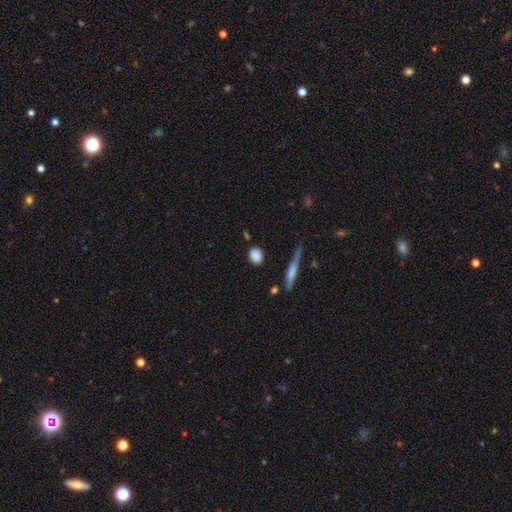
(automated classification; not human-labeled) The model was most divided on "how rounded": round: 53%, in between: 42%, cigar-shaped: 5%. More confident: smooth or featured — smooth (86%); merging — none (82%).